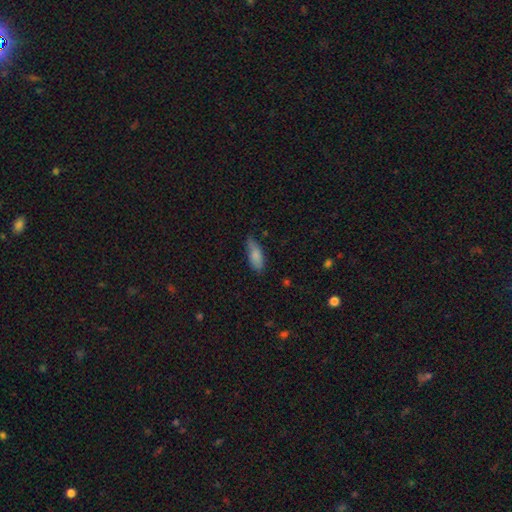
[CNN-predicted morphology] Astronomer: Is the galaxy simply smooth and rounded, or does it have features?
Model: smooth — 82%.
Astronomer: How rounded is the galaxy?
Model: in between — 78%.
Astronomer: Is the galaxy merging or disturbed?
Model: none — 64%.